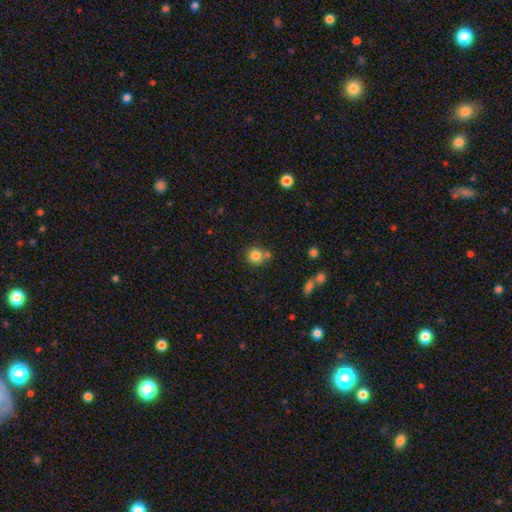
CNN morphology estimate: This appears to be a smooth galaxy with no disk features (81%) that is round (87%). Merging: none (62%).